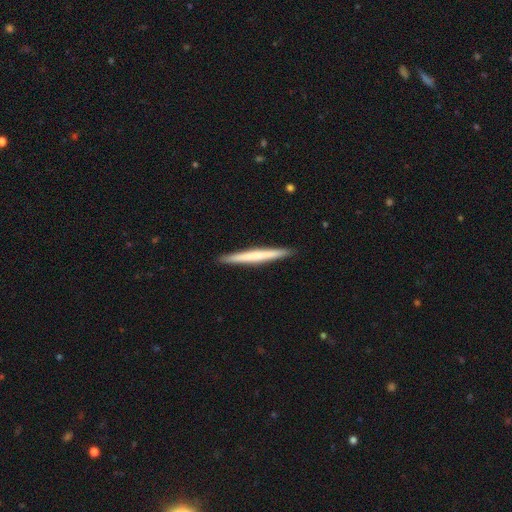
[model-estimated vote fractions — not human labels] Morphology: type=smooth (55%); roundness=cigar-shaped (97%); merging=none (92%).